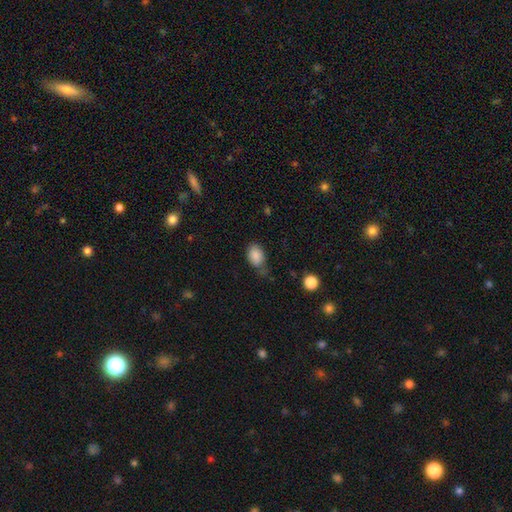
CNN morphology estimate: A smooth galaxy with no disk features (86%) that is in between round and cigar-shaped (84%). Merging: none (61%).